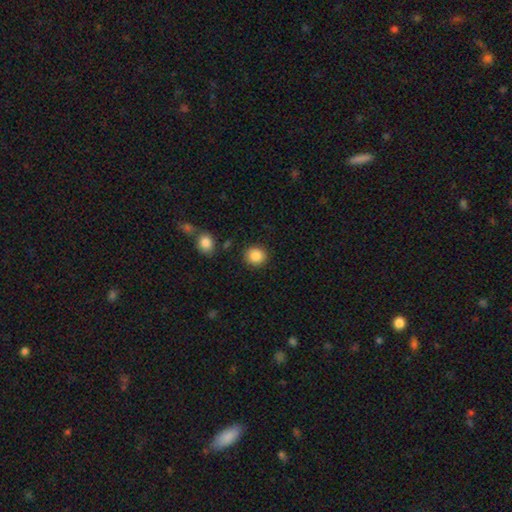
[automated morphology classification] smooth_or_featured: smooth (p=0.87) [alt: star or artifact p=0.09]
how_rounded: round (p=0.87) [alt: in between p=0.12]
merging: none (p=0.89) [alt: minor disturbance p=0.07]